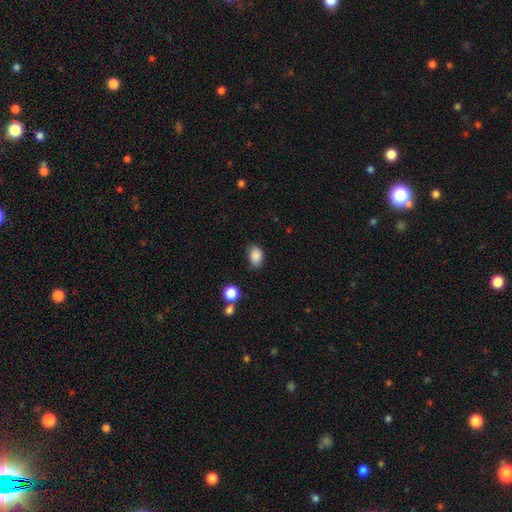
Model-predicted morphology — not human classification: A smooth galaxy with no disk features (87%) that is in between round and cigar-shaped (80%). Merging: none (70%).